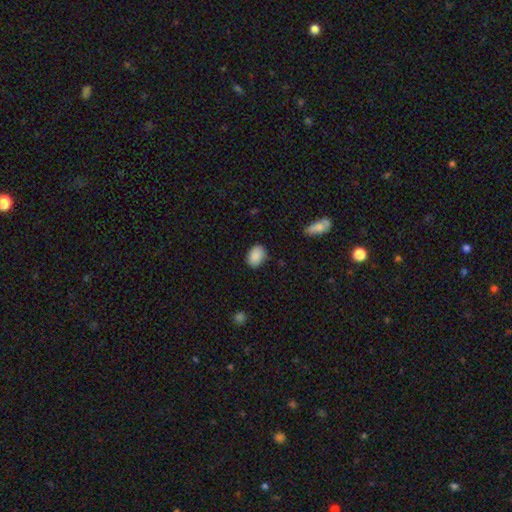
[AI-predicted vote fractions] A smooth galaxy with no disk features (89%) that is in between round and cigar-shaped (78%). Merging: none (82%).